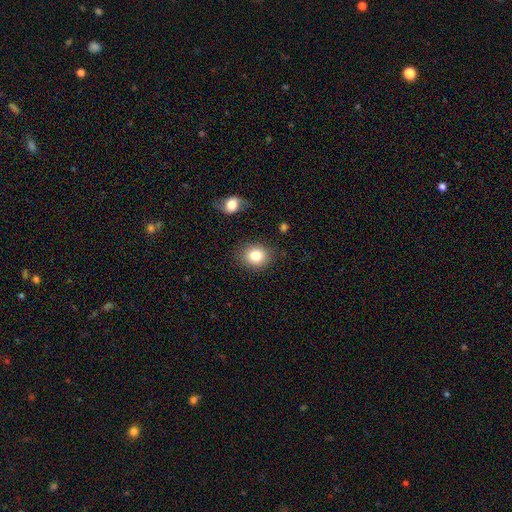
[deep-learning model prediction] smooth 82%, star or artifact 10%, featured or disk 8%. Down the decision tree: how rounded — round (64%); merging — none (84%).